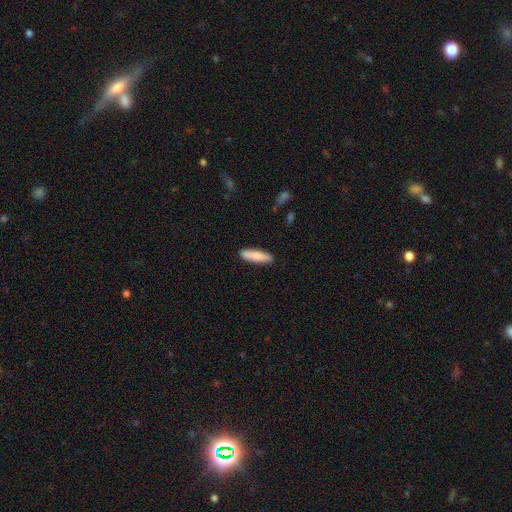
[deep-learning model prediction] Smooth or featured: smooth — 83% (featured or disk — 12%)
How rounded: cigar-shaped — 76% (in between — 23%)
Merging: none — 87% (minor disturbance — 9%)